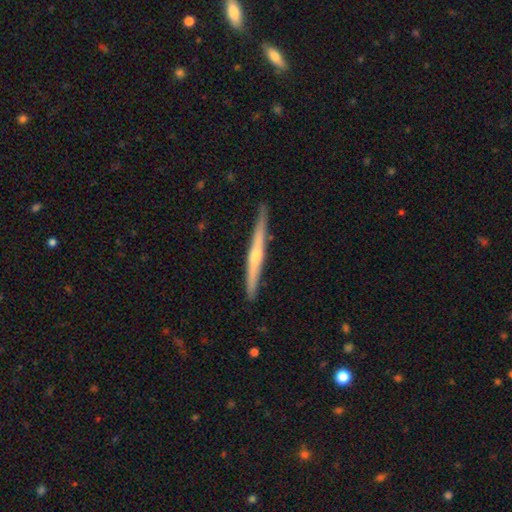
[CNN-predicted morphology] featured or disk 68%, smooth 27%, star or artifact 5%. Down the decision tree: edge-on disk — yes (98%); edge-on bulge — rounded (69%); merging — none (89%).